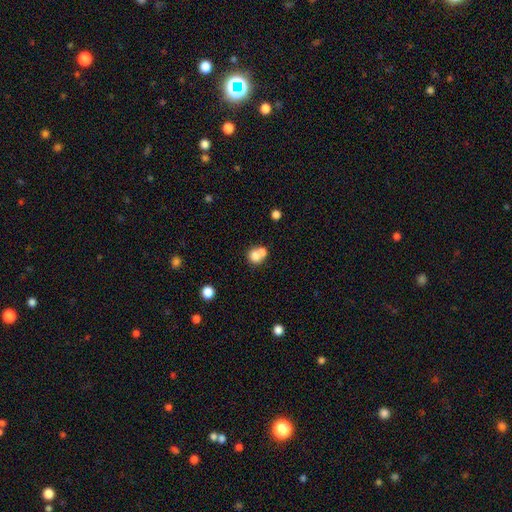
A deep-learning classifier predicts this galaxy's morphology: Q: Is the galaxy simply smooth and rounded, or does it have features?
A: smooth — 75%.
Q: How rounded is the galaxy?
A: round — 78%.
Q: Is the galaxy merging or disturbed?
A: merger — 57%.